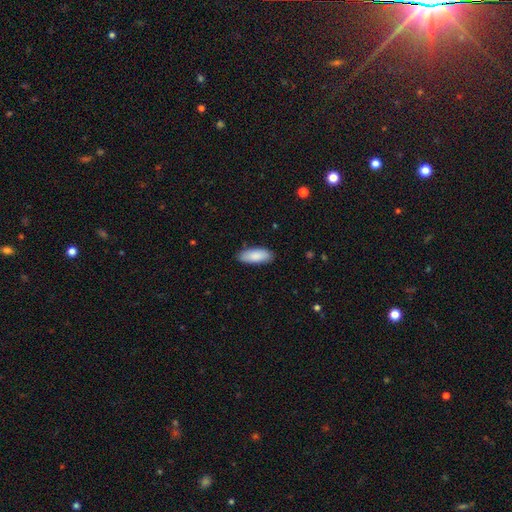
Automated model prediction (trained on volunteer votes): Overall: smooth (87%). How rounded: in between (77%). Merging: none (86%).